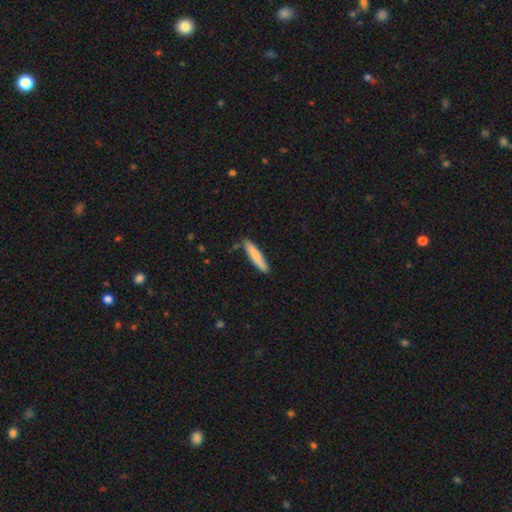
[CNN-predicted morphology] Smooth or featured? smooth (80%)
How rounded? cigar-shaped (87%)
Merging? none (83%)